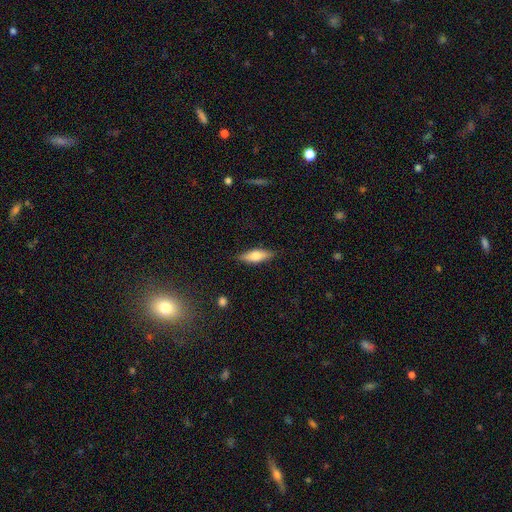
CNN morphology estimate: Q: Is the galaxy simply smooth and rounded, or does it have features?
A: smooth — 65%.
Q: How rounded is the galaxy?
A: in between — 55%.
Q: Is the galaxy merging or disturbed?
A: none — 85%.